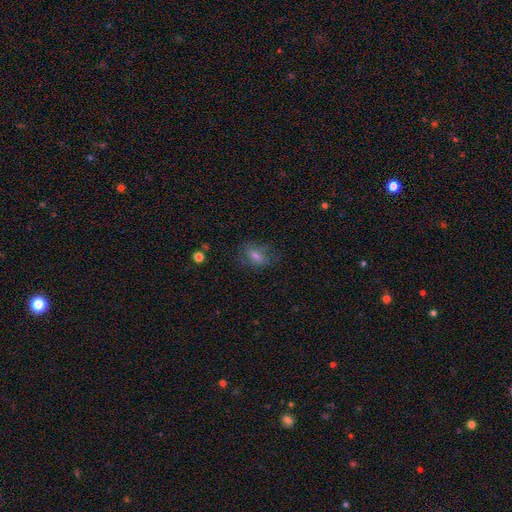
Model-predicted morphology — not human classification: Smooth or featured? Predicted: smooth (p=0.62). How rounded? Predicted: in between (p=0.75). Merging? Predicted: none (p=0.66).